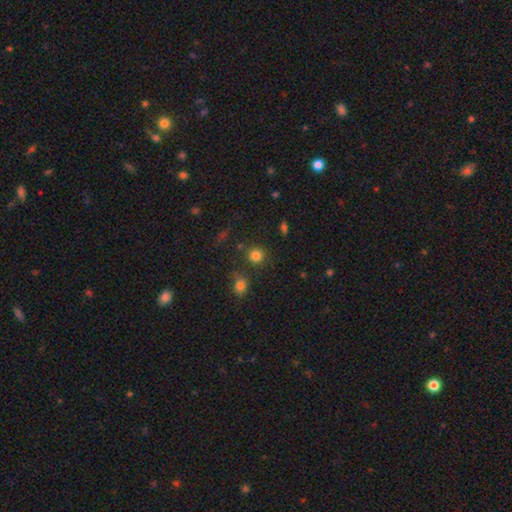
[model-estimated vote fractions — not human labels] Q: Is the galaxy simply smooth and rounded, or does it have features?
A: smooth — 81%.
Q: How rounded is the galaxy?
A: round — 90%.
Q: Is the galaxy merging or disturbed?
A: none — 81%.